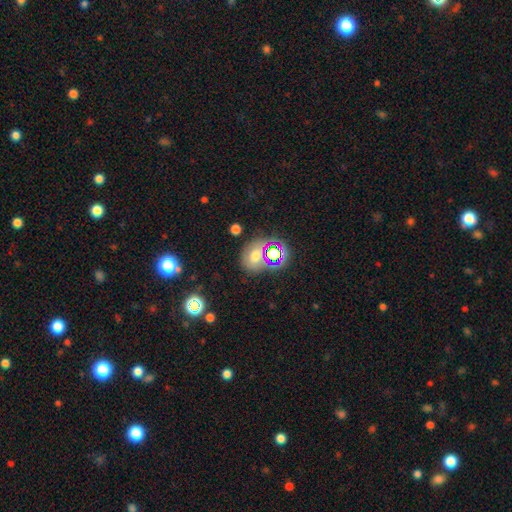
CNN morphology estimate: smooth 56%, star or artifact 27%, featured or disk 17%. Down the decision tree: how rounded — in between (50%); merging — none (62%).